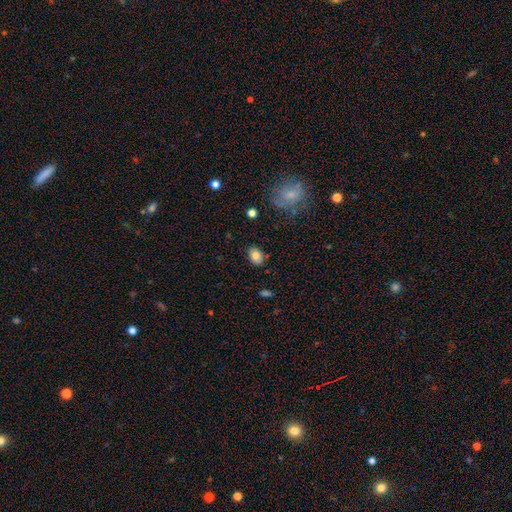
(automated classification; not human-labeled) smooth-or-featured: smooth: 79% | featured or disk: 12% | star or artifact: 9%
  how-rounded: in between: 75% | round: 24% | cigar-shaped: 1%
  merging: none: 83% | minor disturbance: 12% | major disturbance: 3% | merger: 2%